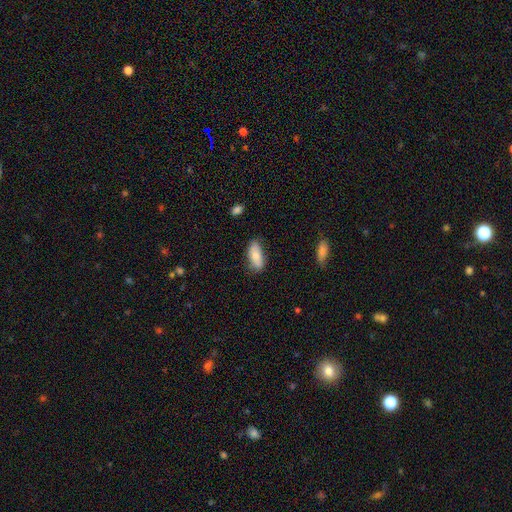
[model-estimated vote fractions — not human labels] This appears to be a smooth galaxy with no disk features (76%) that is in between round and cigar-shaped (86%). Merging: none (75%).